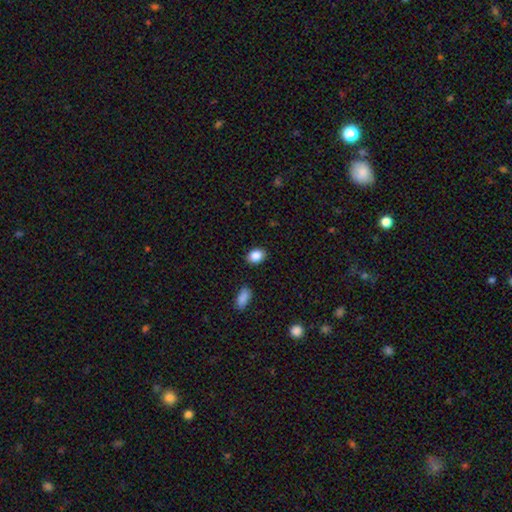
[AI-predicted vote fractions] Smooth or featured?
  - smooth: 87% *
  - star or artifact: 8%
  - featured or disk: 5%
How rounded?
  - in between: 64% *
  - round: 35%
  - cigar-shaped: 1%
Merging?
  - none: 87% *
  - minor disturbance: 8%
  - major disturbance: 2%
  - merger: 2%